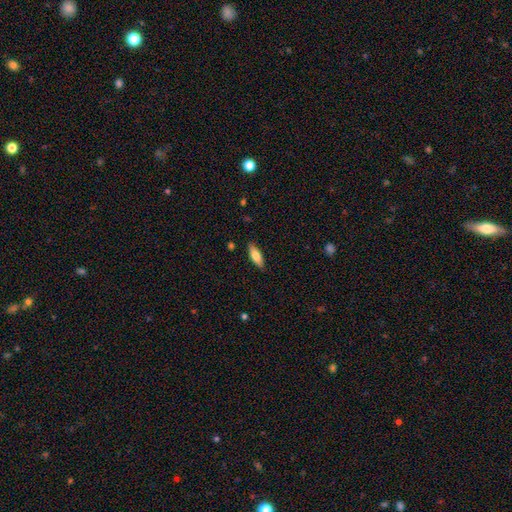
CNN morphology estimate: Smooth or featured? Predicted: smooth (p=0.75). How rounded? Predicted: in between (p=0.64). Merging? Predicted: none (p=0.87).